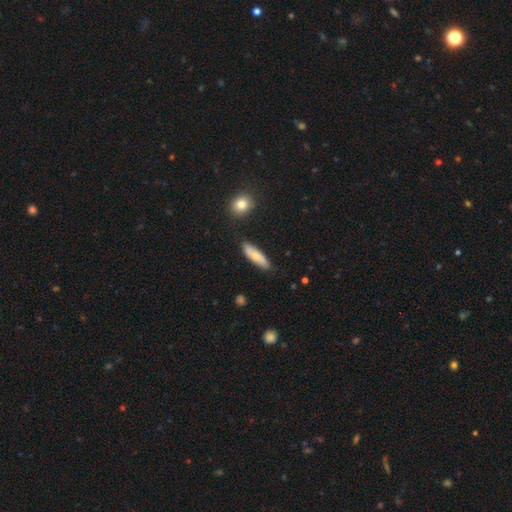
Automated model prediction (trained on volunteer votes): Morphology: type=smooth (68%); roundness=cigar-shaped (57%); merging=none (81%).